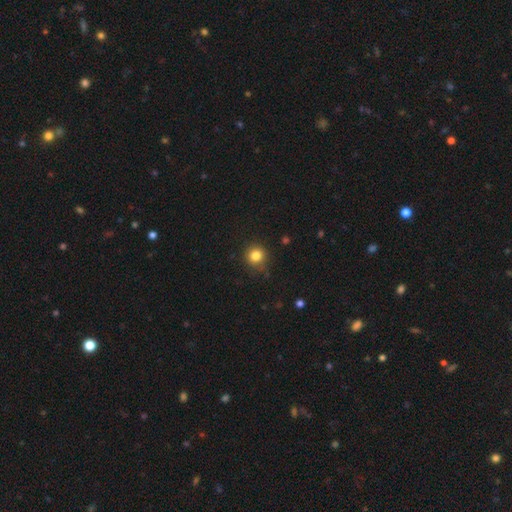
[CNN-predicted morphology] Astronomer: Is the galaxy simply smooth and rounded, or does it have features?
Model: smooth — 83%.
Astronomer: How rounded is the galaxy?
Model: round — 92%.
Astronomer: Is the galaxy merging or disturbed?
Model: none — 83%.